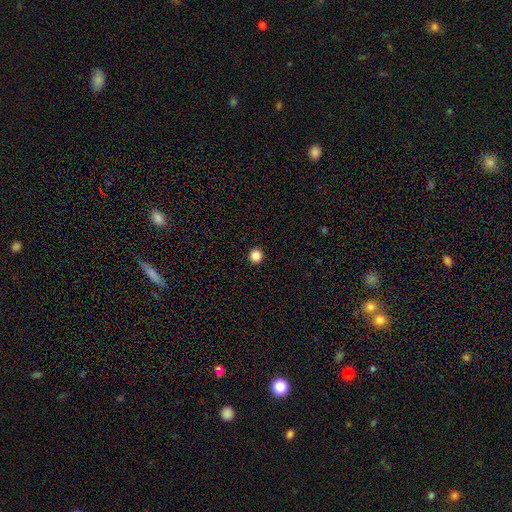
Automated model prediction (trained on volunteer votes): Morphology: type=smooth (86%); roundness=round (93%); merging=none (94%).